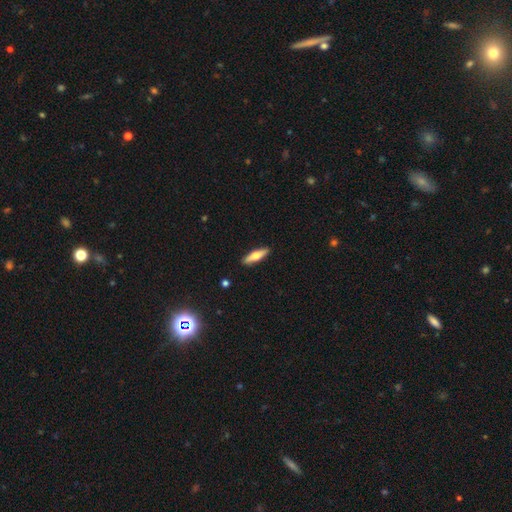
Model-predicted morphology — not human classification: type=smooth (54%); roundness=cigar-shaped (68%); merging=none (90%).